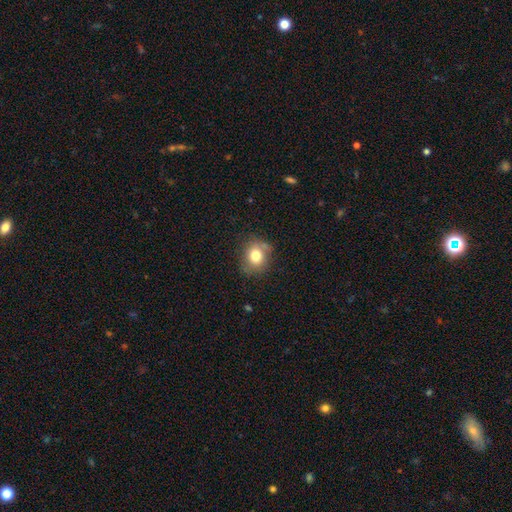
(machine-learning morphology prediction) A smooth galaxy with no disk features (76%) that is round (67%). Merging: none (70%).